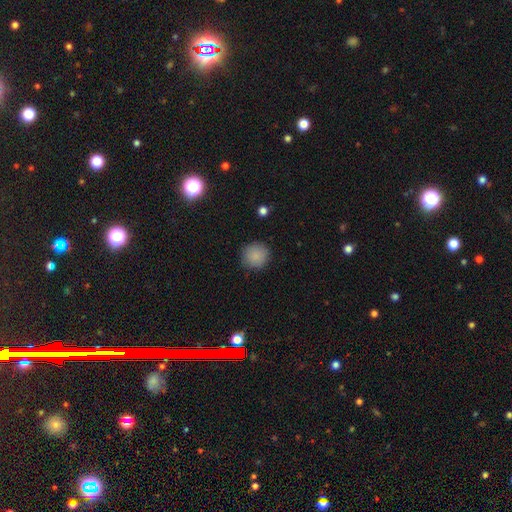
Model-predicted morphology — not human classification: Q: Smooth or featured?
A: smooth (86%); runner-up: star or artifact (9%)
Q: How rounded?
A: round (93%); runner-up: in between (6%)
Q: Merging?
A: none (87%); runner-up: minor disturbance (9%)